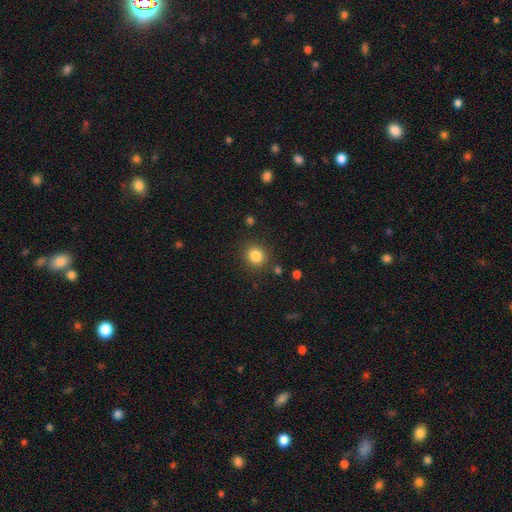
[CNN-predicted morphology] smooth_or_featured: smooth (p=0.84) [alt: star or artifact p=0.11]
how_rounded: round (p=0.82) [alt: in between p=0.17]
merging: none (p=0.87) [alt: minor disturbance p=0.08]